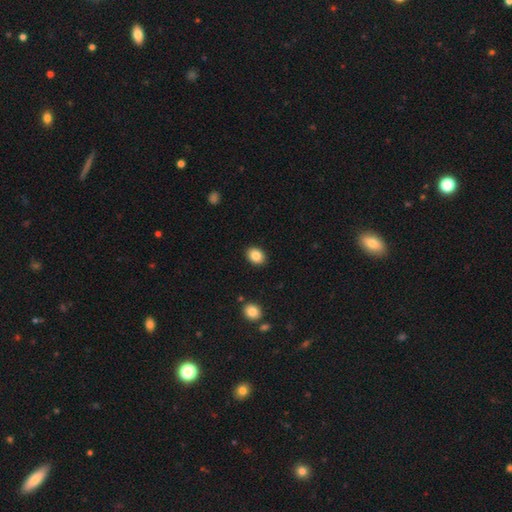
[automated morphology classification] This is clearly a smooth galaxy (85%). How rounded: likely in between (65%). Merging: clearly none (90%).